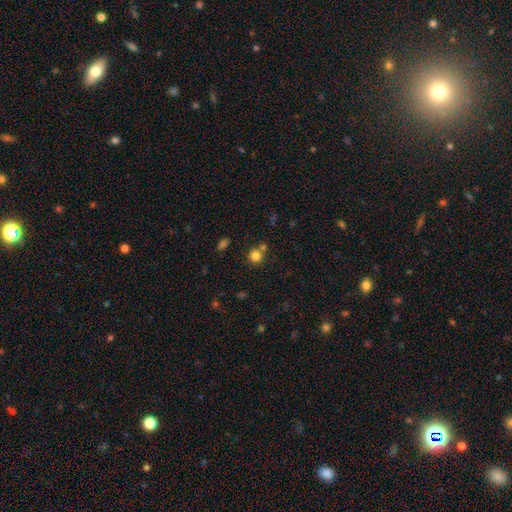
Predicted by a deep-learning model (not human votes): This appears to be a smooth galaxy with no disk features (81%) that is round (90%). Merging: none (69%).